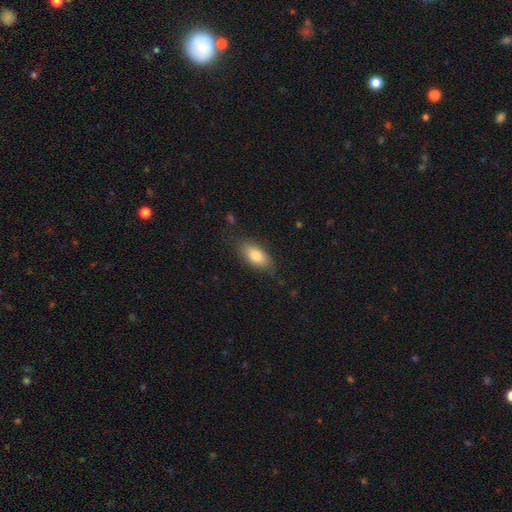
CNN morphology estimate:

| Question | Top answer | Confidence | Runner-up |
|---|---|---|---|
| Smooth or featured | smooth | 80% | featured or disk (14%) |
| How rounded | in between | 89% | cigar-shaped (7%) |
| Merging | none | 76% | minor disturbance (18%) |